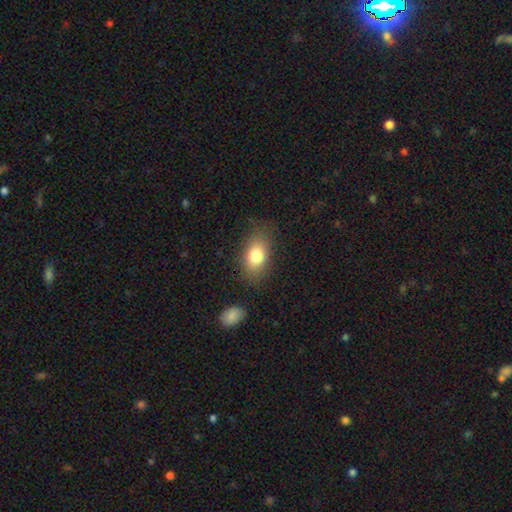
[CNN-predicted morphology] Overall: smooth (80%). How rounded: in between (85%). Merging: none (79%).